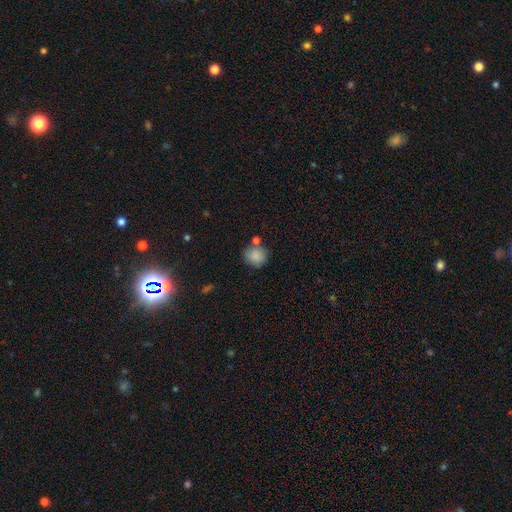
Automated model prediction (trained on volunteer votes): Smooth or featured: smooth — 86% (star or artifact — 9%)
How rounded: round — 83% (in between — 16%)
Merging: none — 68% (merger — 15%)